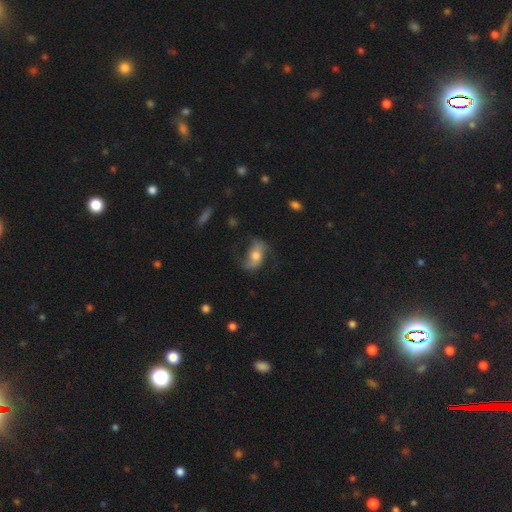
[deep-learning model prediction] smooth-or-featured: featured or disk: 59% | smooth: 32% | star or artifact: 8%
  disk-edge-on: no: 92% | yes: 8%
    bar: no: 48% | weak: 33% | strong: 19%
    has-spiral-arms: yes: 84% | no: 16%
    bulge-size: moderate: 62% | large: 17% | small: 16% | none: 3% | dominant: 2%
  merging: none: 60% | minor disturbance: 22% | major disturbance: 16% | merger: 2%